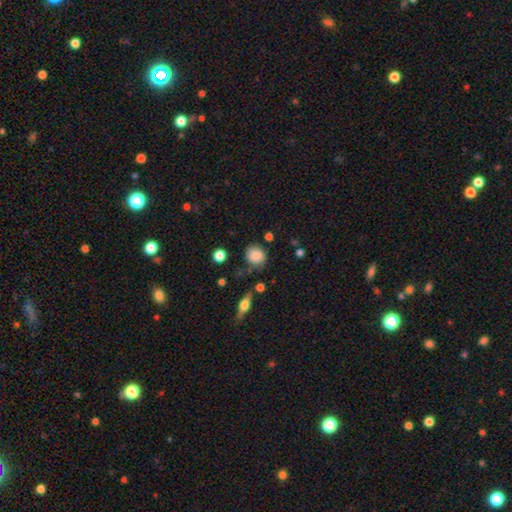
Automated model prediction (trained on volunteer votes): A smooth galaxy with no disk features (83%) that is round (80%).

Vote fractions:
- Smooth or featured? smooth: 83% / star or artifact: 9% / featured or disk: 8%
- How rounded? round: 80% / in between: 19% / cigar-shaped: 2%
- Merging? none: 74% / minor disturbance: 18% / major disturbance: 5% / merger: 4%